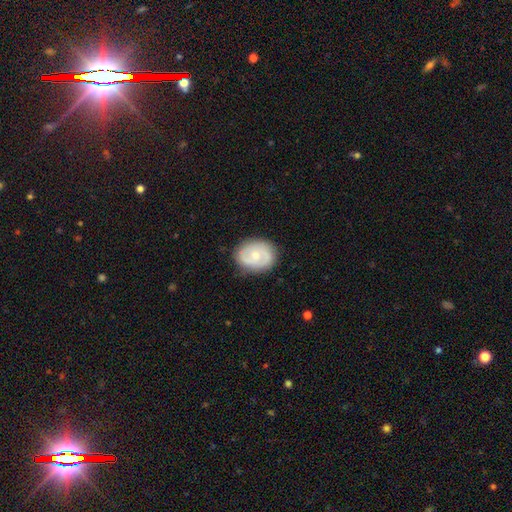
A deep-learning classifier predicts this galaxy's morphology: smooth-or-featured: featured or disk: 62% | smooth: 32% | star or artifact: 6%
  disk-edge-on: no: 97% | yes: 3%
    bar: no: 65% | weak: 31% | strong: 5%
    has-spiral-arms: yes: 84% | no: 16%
      spiral-winding: medium: 43% | tight: 40% | loose: 17%
      spiral-arm-count: 2: 77% | can't tell: 14% | 1: 4% | 3: 3% | 4: 1% | more than 4: 1%
    bulge-size: small: 52% | moderate: 43% | none: 2% | large: 2% | dominant: 1%
  merging: none: 82% | minor disturbance: 13% | major disturbance: 4% | merger: 1%